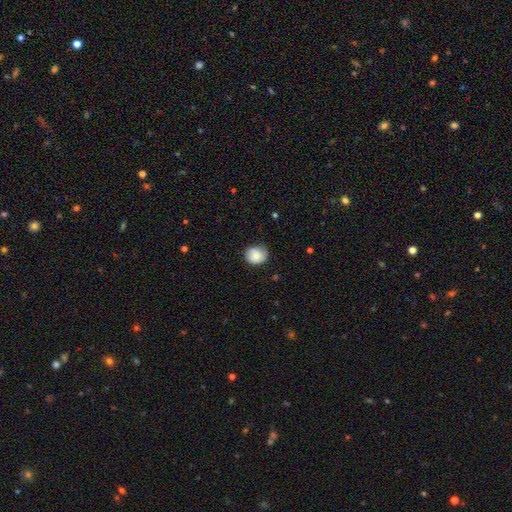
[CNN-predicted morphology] Smooth or featured?
  - smooth: 80% *
  - featured or disk: 13%
  - star or artifact: 8%
How rounded?
  - round: 79% *
  - in between: 20%
  - cigar-shaped: 1%
Merging?
  - none: 76% *
  - minor disturbance: 19%
  - major disturbance: 3%
  - merger: 1%